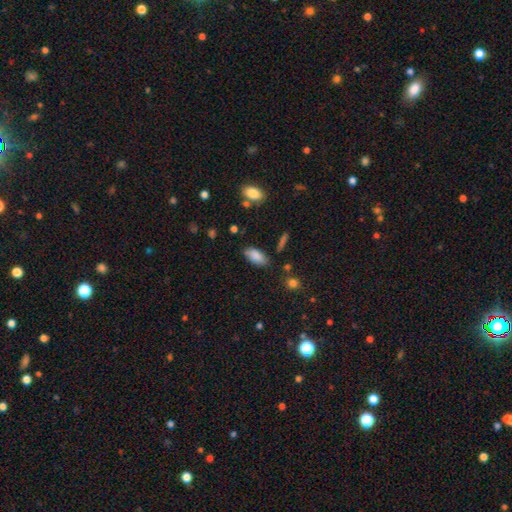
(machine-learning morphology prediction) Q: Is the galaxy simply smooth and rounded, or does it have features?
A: smooth — 85%.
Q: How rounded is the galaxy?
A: in between — 91%.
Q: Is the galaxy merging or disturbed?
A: none — 77%.